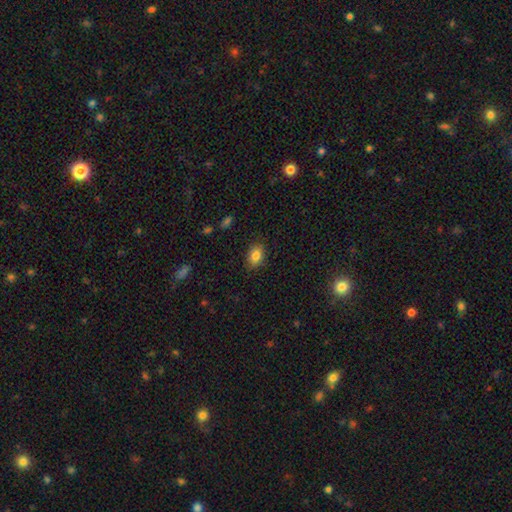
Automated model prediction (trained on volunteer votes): Q: Smooth or featured?
A: smooth (84%); runner-up: star or artifact (10%)
Q: How rounded?
A: in between (75%); runner-up: round (24%)
Q: Merging?
A: none (83%); runner-up: minor disturbance (13%)